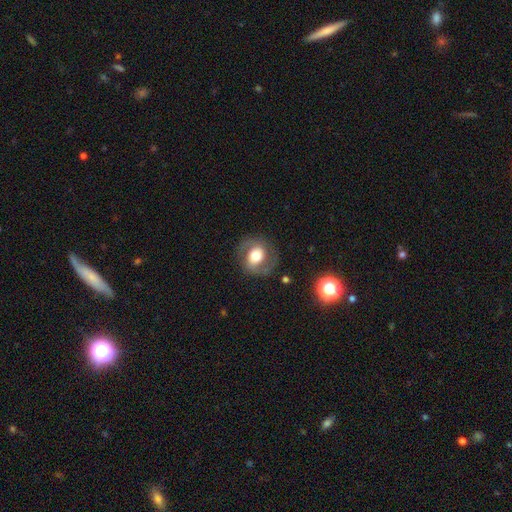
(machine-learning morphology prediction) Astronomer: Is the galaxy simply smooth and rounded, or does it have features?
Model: featured or disk — 61%.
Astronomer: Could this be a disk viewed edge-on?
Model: no — 97%.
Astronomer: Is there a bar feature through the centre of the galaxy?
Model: no — 46% (runner-up: weak, 34%).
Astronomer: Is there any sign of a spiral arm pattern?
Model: yes — 79%.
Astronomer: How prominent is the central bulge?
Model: moderate — 54% (runner-up: large, 34%).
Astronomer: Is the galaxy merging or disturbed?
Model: none — 77%.